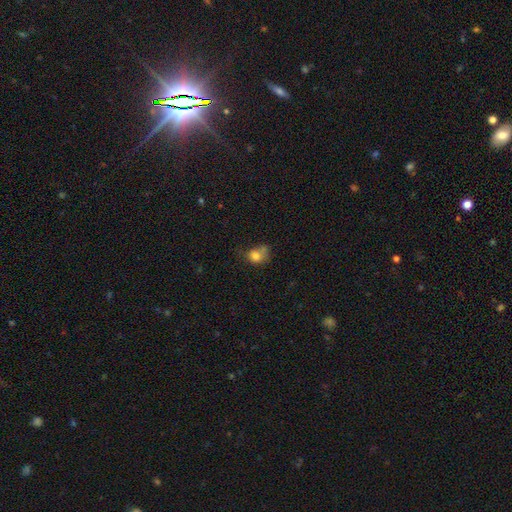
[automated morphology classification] This is likely a smooth galaxy (79%). How rounded: possibly round (59%). Merging: marginally none (33%).